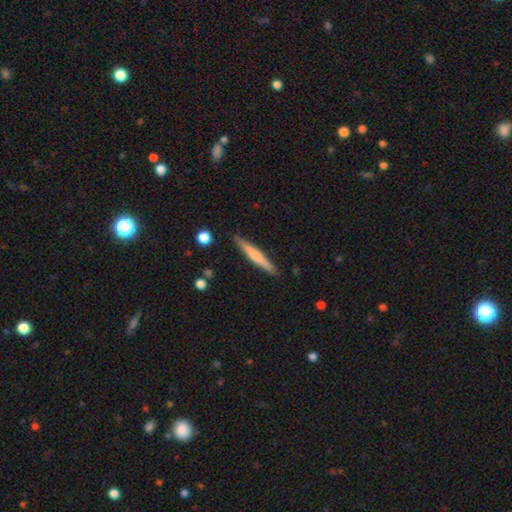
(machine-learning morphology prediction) A smooth galaxy with no disk features (57%) that is cigar-shaped (95%).

Vote fractions:
- Smooth or featured? smooth: 57% / featured or disk: 38% / star or artifact: 6%
- How rounded? cigar-shaped: 95% / in between: 4% / round: 1%
- Merging? none: 88% / minor disturbance: 9% / major disturbance: 2% / merger: 1%